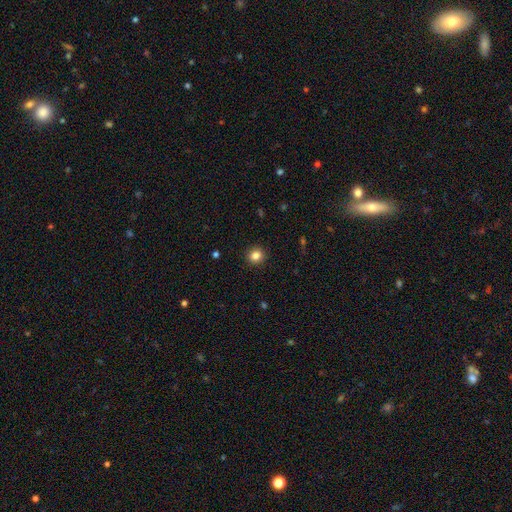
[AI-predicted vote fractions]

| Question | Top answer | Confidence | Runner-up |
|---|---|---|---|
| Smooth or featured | smooth | 84% | star or artifact (11%) |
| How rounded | round | 88% | in between (11%) |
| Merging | none | 92% | minor disturbance (5%) |